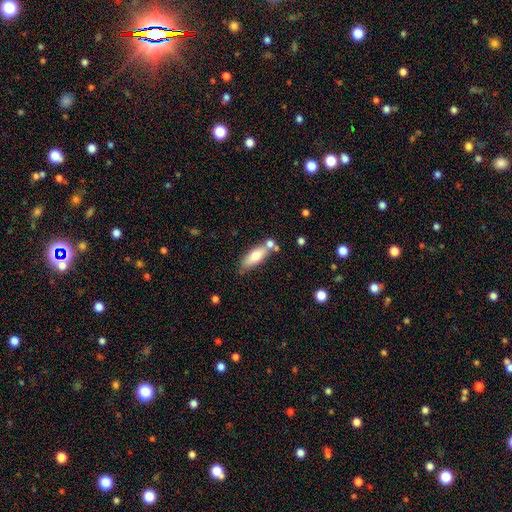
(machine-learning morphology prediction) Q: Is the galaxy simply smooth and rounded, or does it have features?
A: smooth — 68%.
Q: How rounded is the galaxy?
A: in between — 65%.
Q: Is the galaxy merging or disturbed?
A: none — 58%.